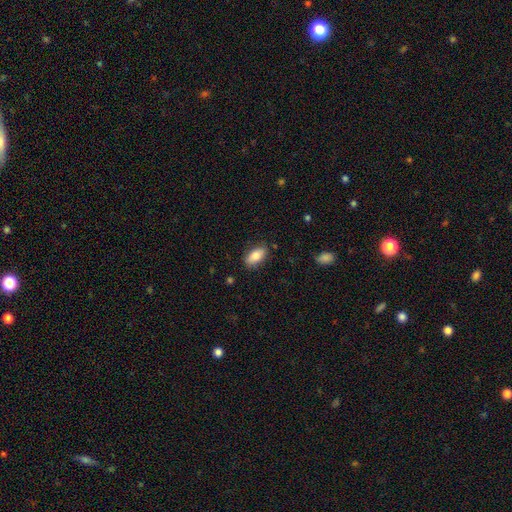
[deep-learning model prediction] Morphology: type=smooth (81%); roundness=in between (90%); merging=none (84%).